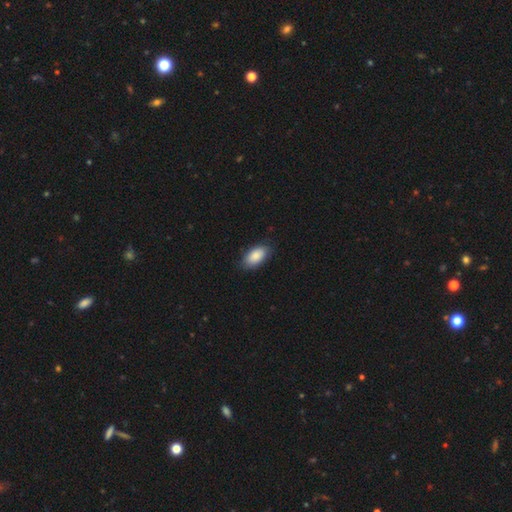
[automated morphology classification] A smooth galaxy with no disk features (88%) that is in between round and cigar-shaped (94%). Merging: none (84%).